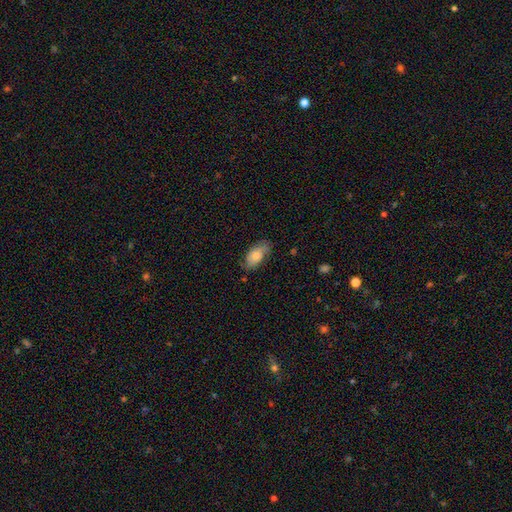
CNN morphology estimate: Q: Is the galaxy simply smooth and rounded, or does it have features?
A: smooth — 63%.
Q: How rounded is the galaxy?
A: in between — 92%.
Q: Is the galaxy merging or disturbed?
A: none — 67%.